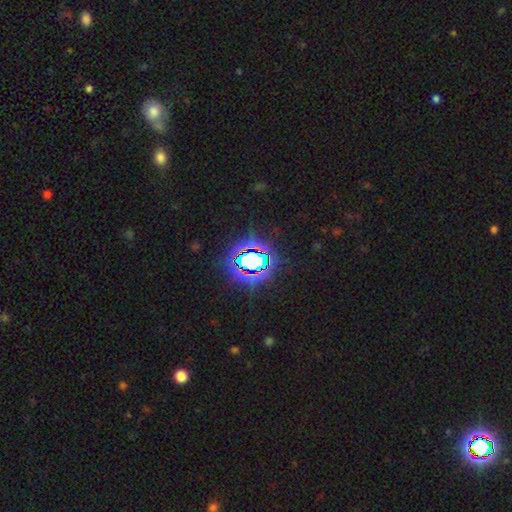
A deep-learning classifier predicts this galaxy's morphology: This is likely a star or artifact rather than a galaxy (75%).